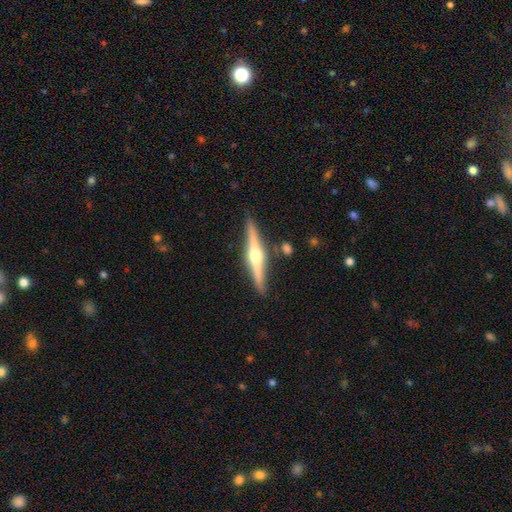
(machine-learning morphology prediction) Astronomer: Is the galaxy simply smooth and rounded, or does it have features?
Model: featured or disk — 76%.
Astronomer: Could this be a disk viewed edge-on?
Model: yes — 98%.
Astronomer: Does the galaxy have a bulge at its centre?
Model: rounded — 95%.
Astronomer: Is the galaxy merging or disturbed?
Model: none — 87%.